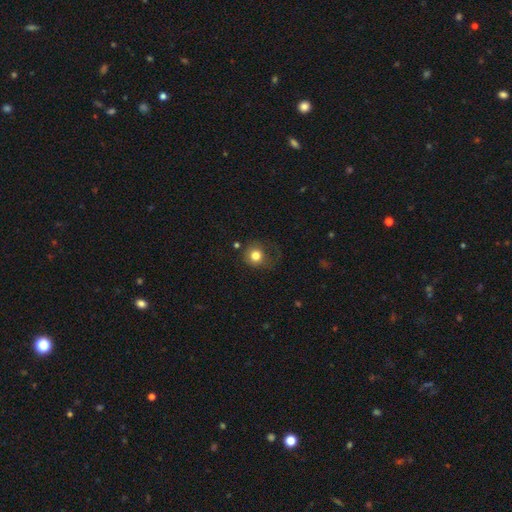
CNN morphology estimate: Overall: smooth (79%). How rounded: round (86%). Merging: none (59%; minor disturbance 22%).